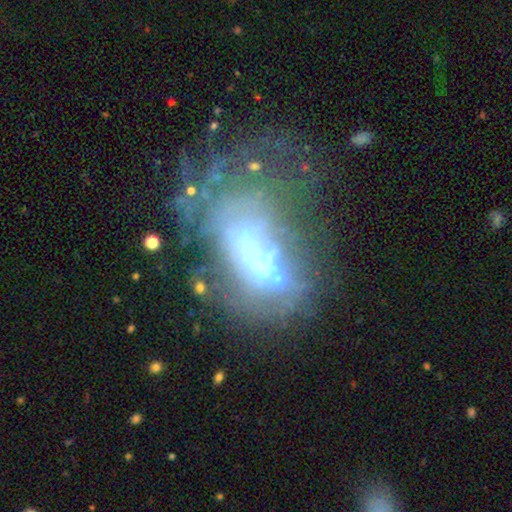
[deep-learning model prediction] smooth-or-featured: featured or disk: 57% | smooth: 22% | star or artifact: 21%
  disk-edge-on: no: 93% | yes: 7%
    bar: no: 77% | strong: 12% | weak: 11%
    has-spiral-arms: no: 89% | yes: 11%
    bulge-size: none: 37% | moderate: 23% | large: 16% | small: 14% | dominant: 10%
  merging: major disturbance: 44% | merger: 22% | none: 21% | minor disturbance: 14%